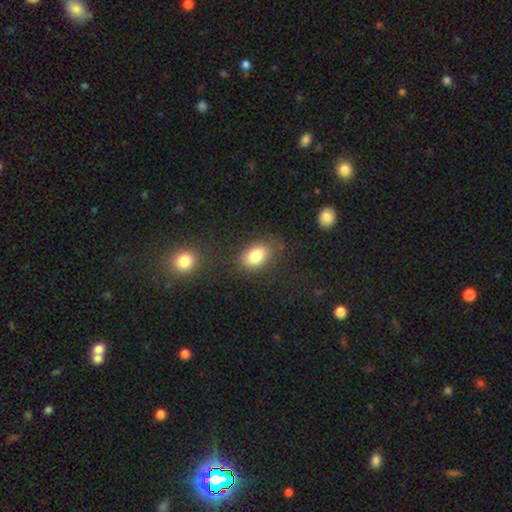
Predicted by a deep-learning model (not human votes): smooth-or-featured: smooth: 81% | featured or disk: 10% | star or artifact: 9%
  how-rounded: in between: 80% | round: 19% | cigar-shaped: 1%
  merging: none: 77% | minor disturbance: 15% | major disturbance: 5% | merger: 3%